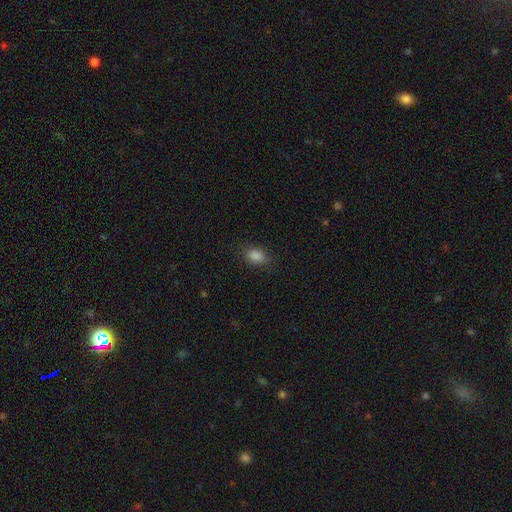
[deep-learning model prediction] Smooth or featured?
  - smooth: 84% *
  - star or artifact: 12%
  - featured or disk: 4%
How rounded?
  - in between: 80% *
  - round: 18%
  - cigar-shaped: 2%
Merging?
  - none: 85% *
  - minor disturbance: 11%
  - major disturbance: 3%
  - merger: 1%